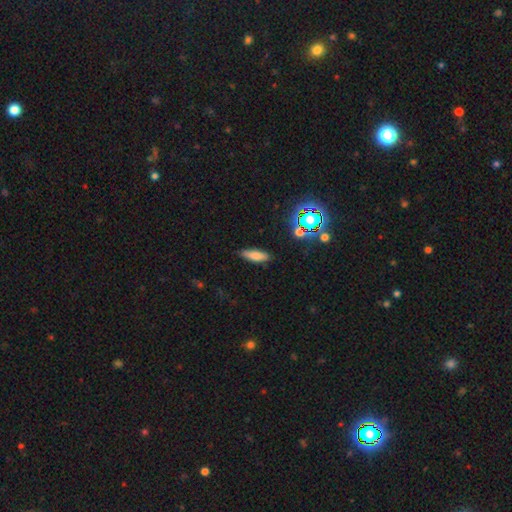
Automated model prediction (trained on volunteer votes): Smooth or featured? Predicted: smooth (p=0.71). How rounded? Predicted: in between (p=0.53). Merging? Predicted: none (p=0.82).